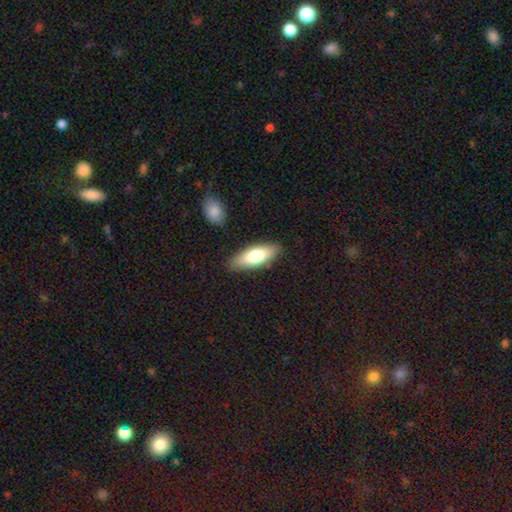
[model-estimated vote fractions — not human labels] Smooth or featured: smooth — 74% (featured or disk — 20%)
How rounded: in between — 69% (cigar-shaped — 29%)
Merging: none — 86% (minor disturbance — 10%)